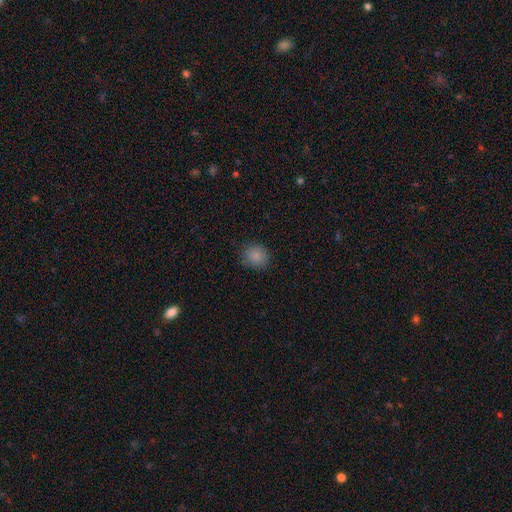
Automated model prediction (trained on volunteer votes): A smooth galaxy with no disk features (84%) that is round (82%). Merging: none (85%).